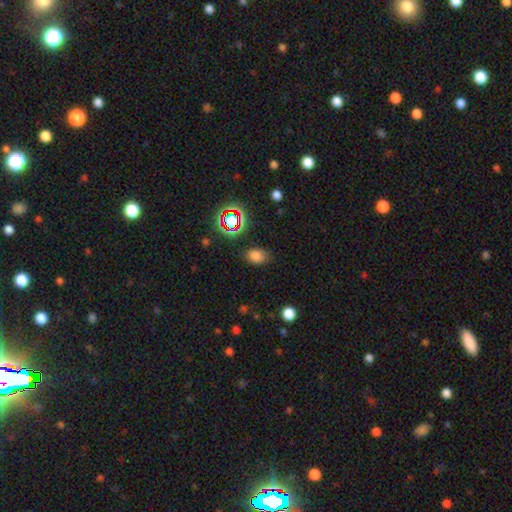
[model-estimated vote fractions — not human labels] The model was most divided on "how rounded": in between: 75%, round: 23%, cigar-shaped: 1%. More confident: merging — none (80%); smooth or featured — smooth (74%).